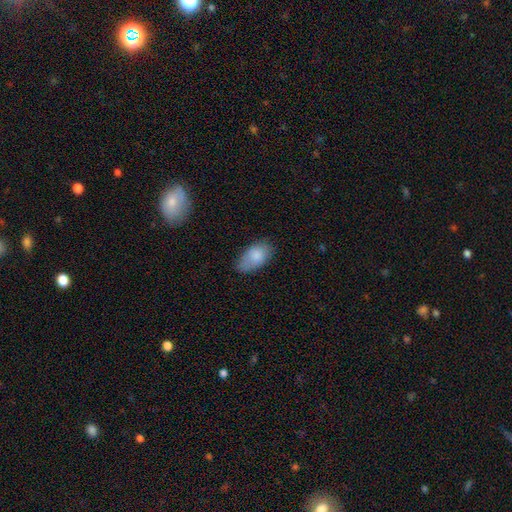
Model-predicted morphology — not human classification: smooth_or_featured: smooth (p=0.83) [alt: featured or disk p=0.11]
how_rounded: in between (p=0.93) [alt: round p=0.05]
merging: none (p=0.67) [alt: minor disturbance p=0.26]